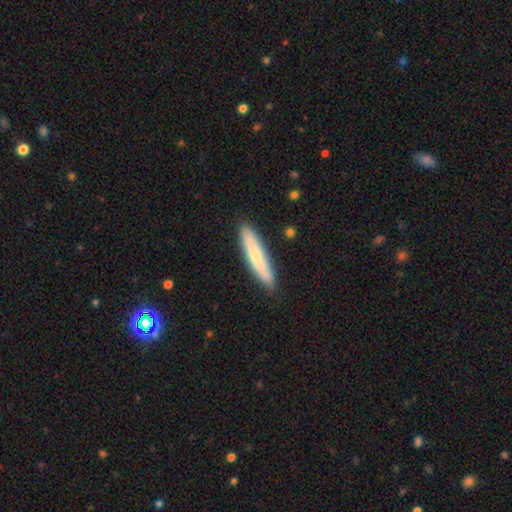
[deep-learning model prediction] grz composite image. It shows a smooth galaxy with no disk features (71%) that is cigar-shaped (89%). Merging: none (88%).